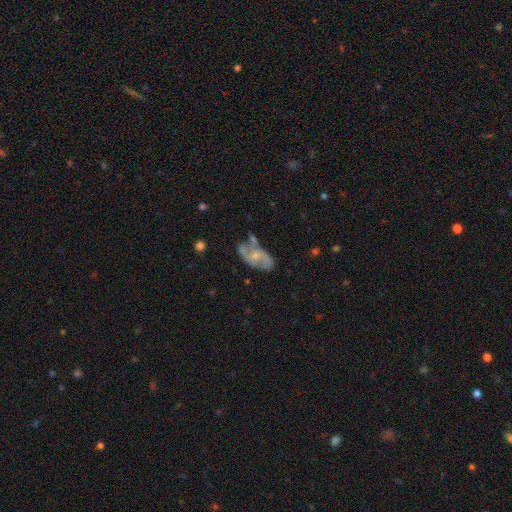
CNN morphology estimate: Smooth or featured?
  - featured or disk: 69% *
  - smooth: 23%
  - star or artifact: 7%
Edge-on disk?
  - no: 95% *
  - yes: 5%
Bar?
  - no: 64% *
  - weak: 30%
  - strong: 7%
Spiral arms?
  - yes: 80% *
  - no: 20%
Spiral winding?
  - loose: 42% *
  - medium: 41%
  - tight: 17%
Spiral arm count?
  - 2: 75% *
  - can't tell: 13%
  - 3: 5%
  - 1: 4%
  - 4: 2%
  - more than 4: 2%
Bulge size?
  - small: 55% *
  - moderate: 37%
  - none: 5%
  - large: 2%
  - dominant: 1%
Merging?
  - none: 49% *
  - minor disturbance: 26%
  - major disturbance: 14%
  - merger: 12%